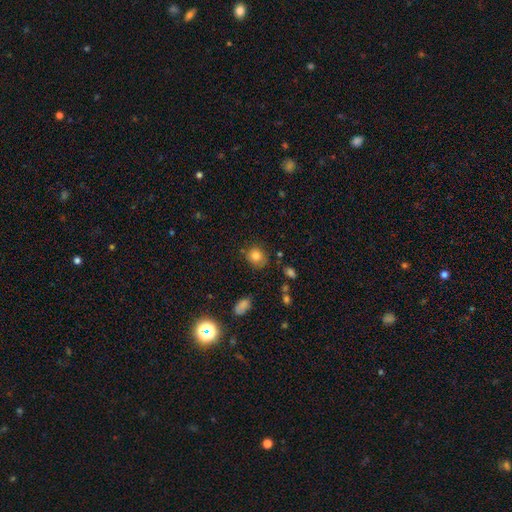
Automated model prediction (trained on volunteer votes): A smooth galaxy with no disk features (80%) that is round (74%). Merging: none (73%).